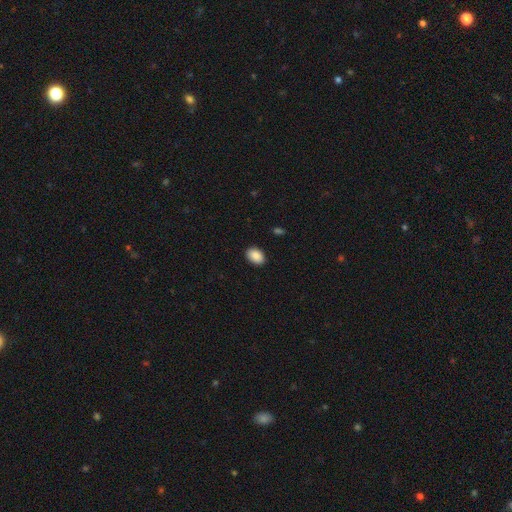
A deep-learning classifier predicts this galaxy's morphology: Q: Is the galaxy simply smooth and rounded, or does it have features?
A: smooth — 90%.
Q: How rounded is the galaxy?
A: in between — 80%.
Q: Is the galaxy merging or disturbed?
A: none — 90%.